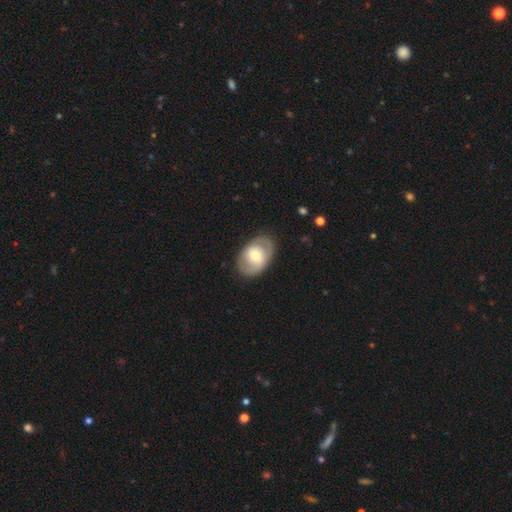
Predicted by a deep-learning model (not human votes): This appears to be a featured or disk galaxy (51%). Merging: none (79%).